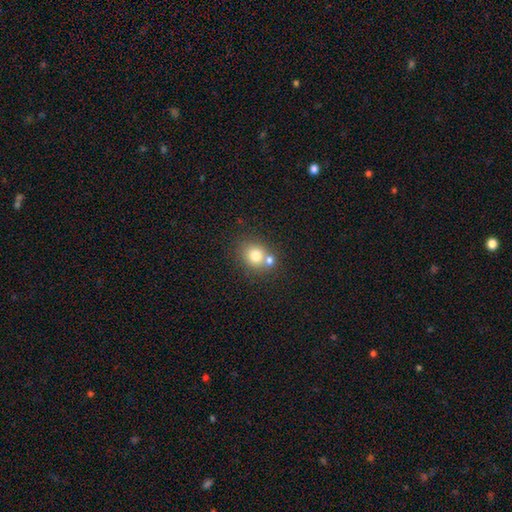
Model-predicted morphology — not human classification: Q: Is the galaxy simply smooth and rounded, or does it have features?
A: smooth — 76%.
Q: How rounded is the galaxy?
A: round — 74%.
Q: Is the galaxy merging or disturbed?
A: none — 49%.